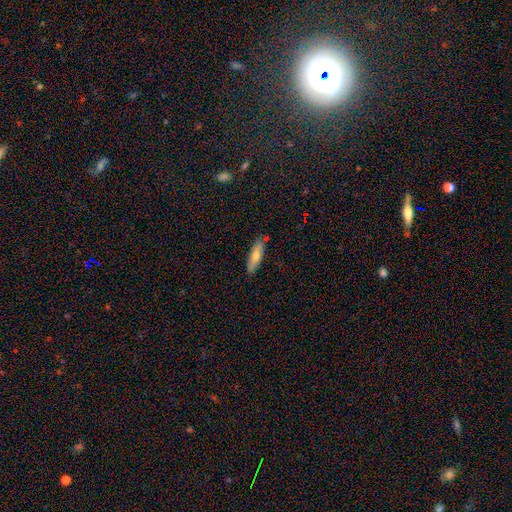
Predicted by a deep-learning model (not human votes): Smooth or featured? Predicted: smooth (p=0.64). How rounded? Predicted: cigar-shaped (p=0.71). Merging? Predicted: none (p=0.84).